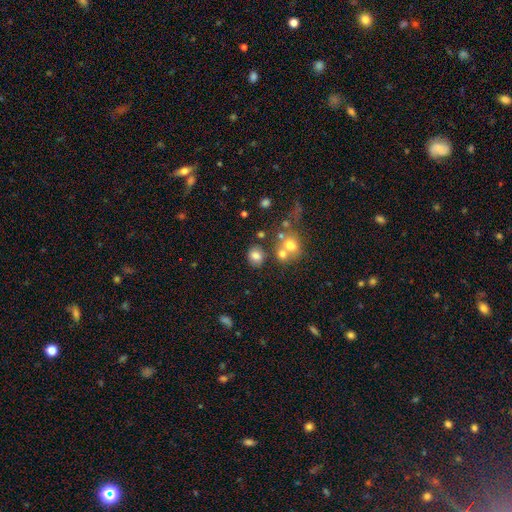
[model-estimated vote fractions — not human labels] smooth-or-featured: smooth: 76% | star or artifact: 13% | featured or disk: 11%
  how-rounded: round: 54% | in between: 45% | cigar-shaped: 1%
  merging: none: 64% | merger: 17% | minor disturbance: 13% | major disturbance: 6%